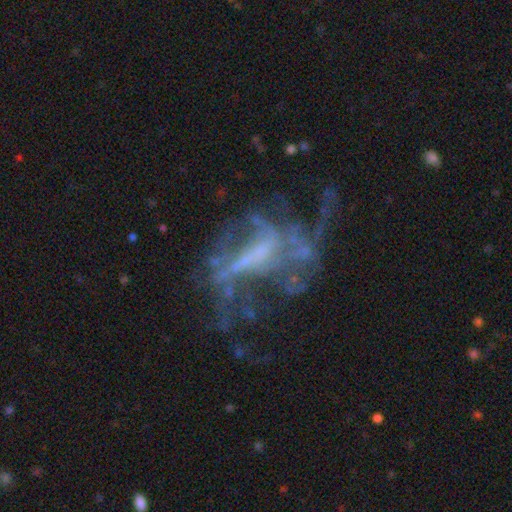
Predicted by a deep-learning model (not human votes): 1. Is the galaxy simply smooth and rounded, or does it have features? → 76% featured or disk, 15% star or artifact, 9% smooth.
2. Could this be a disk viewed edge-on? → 94% no, 6% yes.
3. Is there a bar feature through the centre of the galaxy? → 37% no, 34% weak, 29% strong.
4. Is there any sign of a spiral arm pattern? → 59% yes, 41% no.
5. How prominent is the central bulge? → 48% none, 28% small, 18% moderate, 4% large, 1% dominant.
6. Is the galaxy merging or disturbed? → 40% major disturbance, 38% none, 16% minor disturbance, 6% merger.